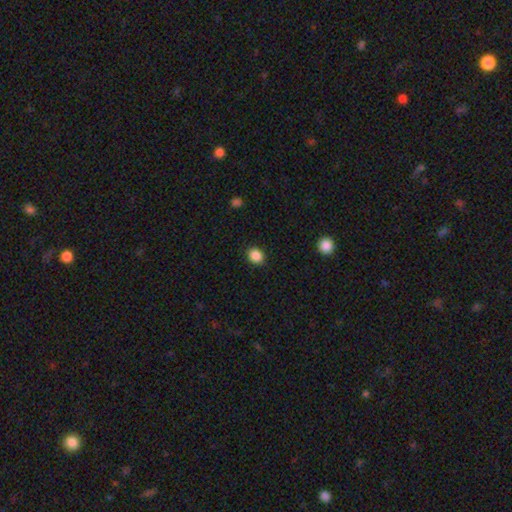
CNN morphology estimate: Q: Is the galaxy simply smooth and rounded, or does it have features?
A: smooth — 87%.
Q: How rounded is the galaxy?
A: round — 68%.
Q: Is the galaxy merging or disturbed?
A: none — 90%.